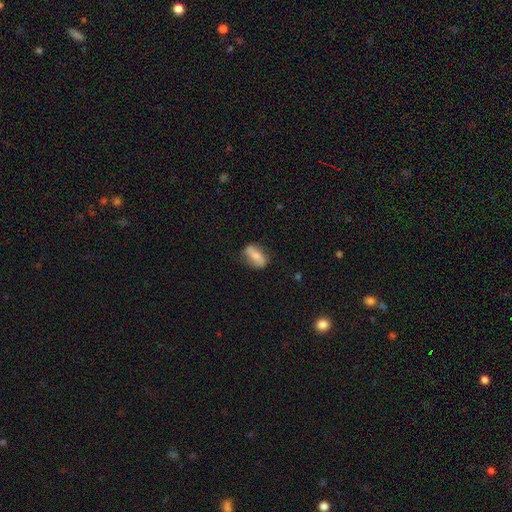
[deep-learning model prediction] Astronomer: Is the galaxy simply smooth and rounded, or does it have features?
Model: smooth — 53% (runner-up: featured or disk, 40%).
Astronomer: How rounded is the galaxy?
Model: in between — 81%.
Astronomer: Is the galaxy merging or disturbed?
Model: none — 75%.